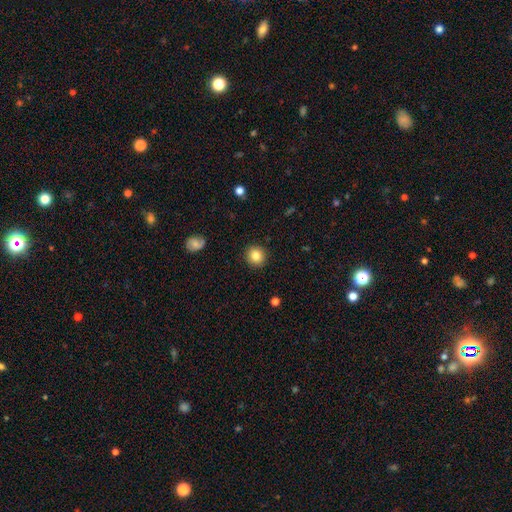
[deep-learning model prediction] Smooth or featured?
  - smooth: 83% *
  - star or artifact: 10%
  - featured or disk: 7%
How rounded?
  - round: 90% *
  - in between: 9%
  - cigar-shaped: 1%
Merging?
  - none: 91% *
  - minor disturbance: 6%
  - major disturbance: 2%
  - merger: 1%